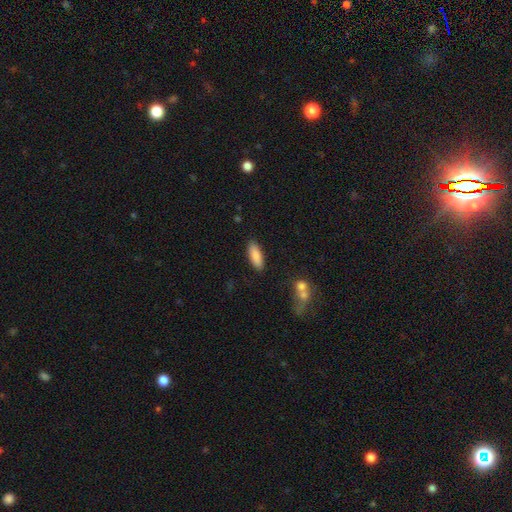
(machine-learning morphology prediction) Smooth or featured: smooth — 87% (featured or disk — 7%)
How rounded: in between — 68% (cigar-shaped — 30%)
Merging: none — 88% (minor disturbance — 8%)